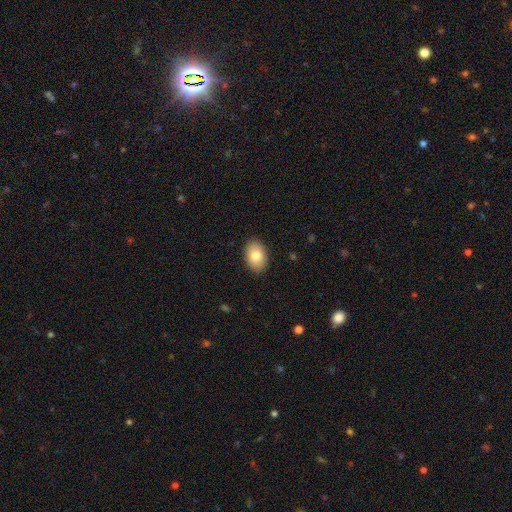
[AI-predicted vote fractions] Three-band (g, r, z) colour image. It shows a smooth galaxy with no disk features (80%) that is in between round and cigar-shaped (85%). Merging: none (89%).